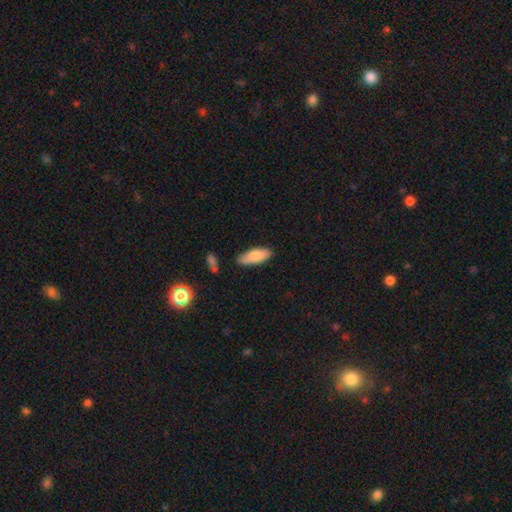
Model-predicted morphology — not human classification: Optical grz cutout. It shows a smooth galaxy with no disk features (82%) that is in between round and cigar-shaped (73%). Merging: none (78%).